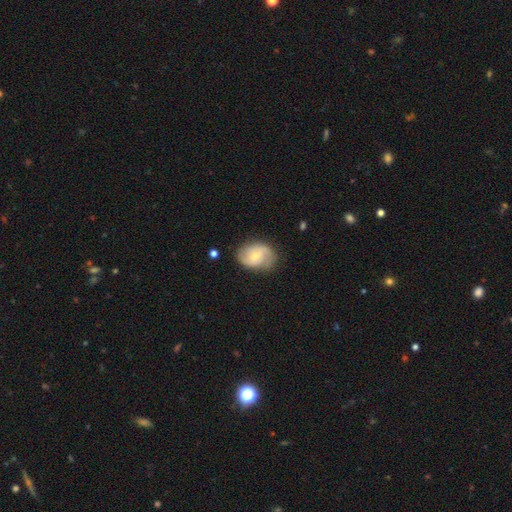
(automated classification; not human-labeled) Smooth or featured? featured or disk (61%)
Edge-on disk? no (97%)
Bar? no (46%)
Spiral arms? yes (87%)
Spiral winding? medium (46%)
Spiral arm count? 2 (79%)
Bulge size? small (54%)
Merging? none (73%)